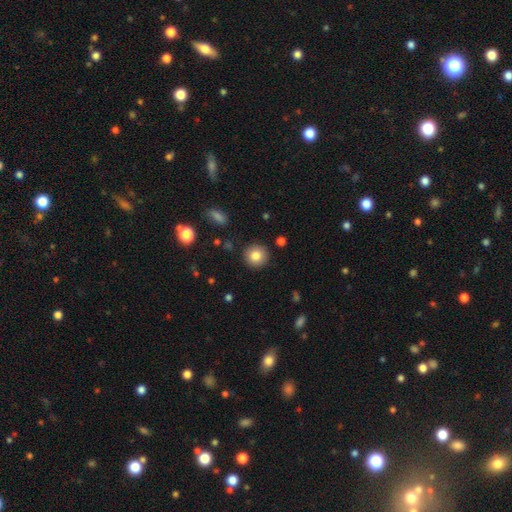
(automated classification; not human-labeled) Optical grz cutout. It shows a smooth galaxy with no disk features (83%) that is round (93%). Merging: none (90%).